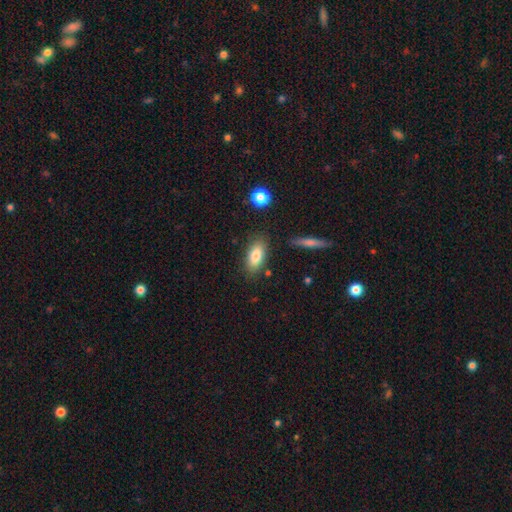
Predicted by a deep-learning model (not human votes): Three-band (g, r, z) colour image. It shows a smooth galaxy with no disk features (80%) that is in between round and cigar-shaped (85%). Merging: none (82%).